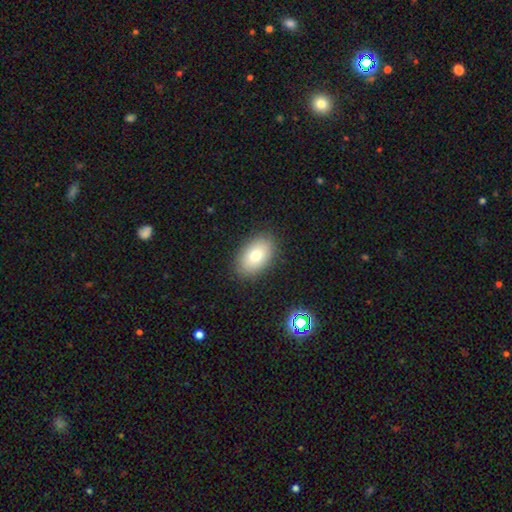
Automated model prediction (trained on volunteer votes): This is likely a smooth galaxy (77%). How rounded: clearly in between (90%). Merging: clearly none (87%).